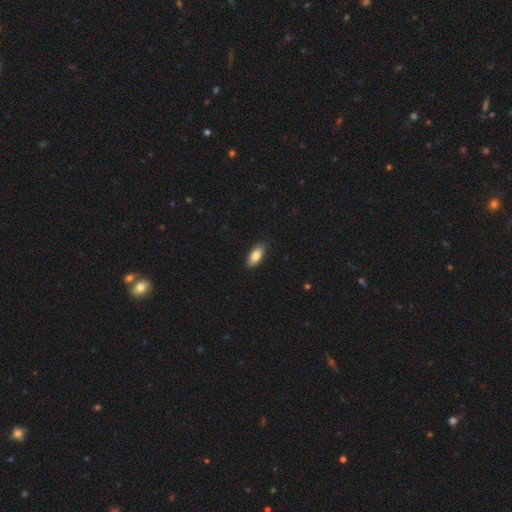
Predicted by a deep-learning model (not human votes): smooth-or-featured: smooth: 82% | featured or disk: 12% | star or artifact: 6%
  how-rounded: in between: 84% | cigar-shaped: 13% | round: 2%
  merging: none: 87% | minor disturbance: 11% | major disturbance: 2% | merger: 1%